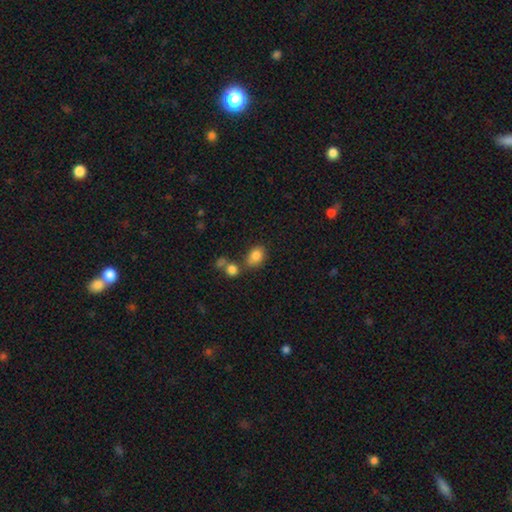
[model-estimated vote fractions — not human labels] This is clearly a smooth galaxy (83%). How rounded: likely in between (69%). Merging: possibly none (56%).